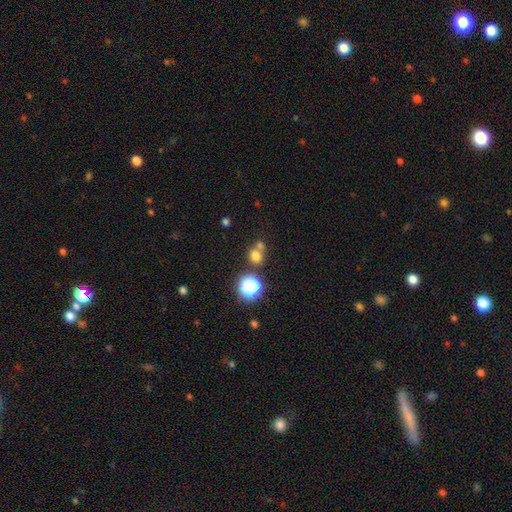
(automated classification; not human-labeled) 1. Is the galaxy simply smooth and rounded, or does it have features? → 70% smooth, 21% star or artifact, 8% featured or disk.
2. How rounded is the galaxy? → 76% round, 23% in between, 1% cigar-shaped.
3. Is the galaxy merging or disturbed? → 54% none, 33% merger, 9% minor disturbance, 4% major disturbance.